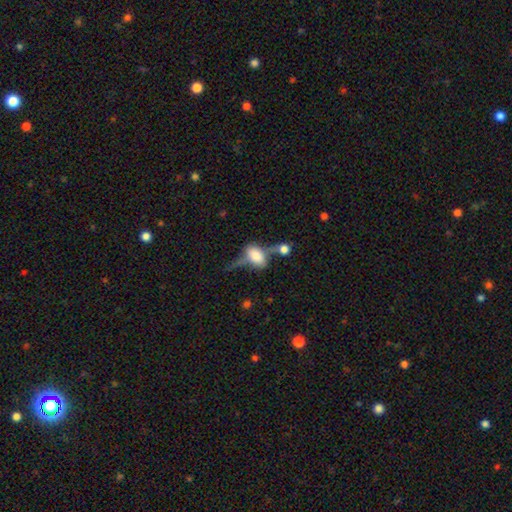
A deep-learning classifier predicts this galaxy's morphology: Smooth or featured? smooth (50%)
How rounded? in between (83%)
Merging? none (31%, tied with merger)